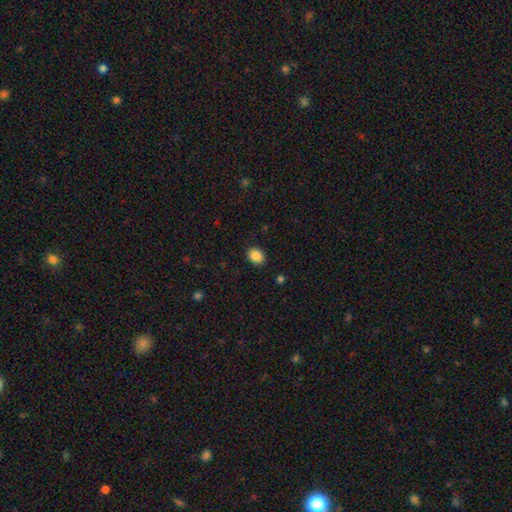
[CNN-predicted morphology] Q: Smooth or featured?
A: smooth (87%); runner-up: star or artifact (9%)
Q: How rounded?
A: in between (53%); runner-up: round (46%)
Q: Merging?
A: none (90%); runner-up: minor disturbance (7%)